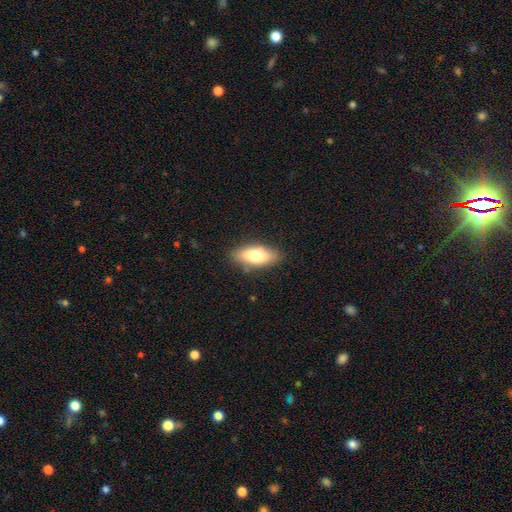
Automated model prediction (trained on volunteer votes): This appears to be a smooth galaxy with no disk features (74%) that is in between round and cigar-shaped (79%). Merging: none (83%).